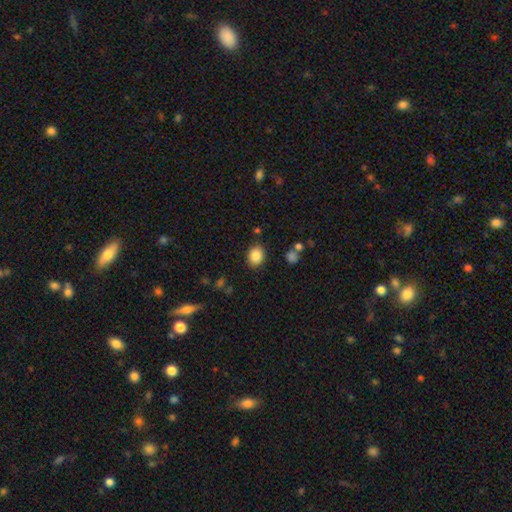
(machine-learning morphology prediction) type=smooth (86%); roundness=in between (51%); merging=none (84%).